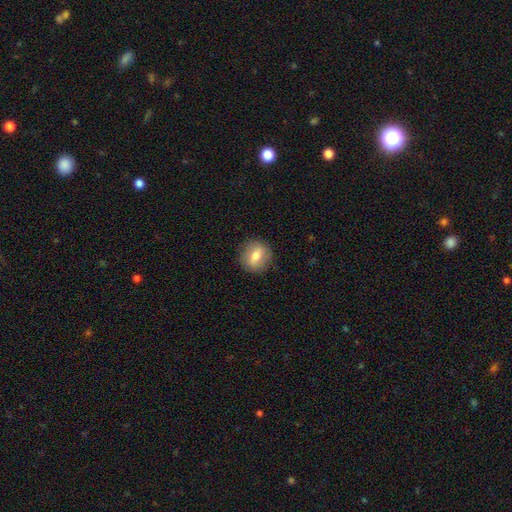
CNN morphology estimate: Overall: smooth (66%). How rounded: round (73%). Merging: none (86%).